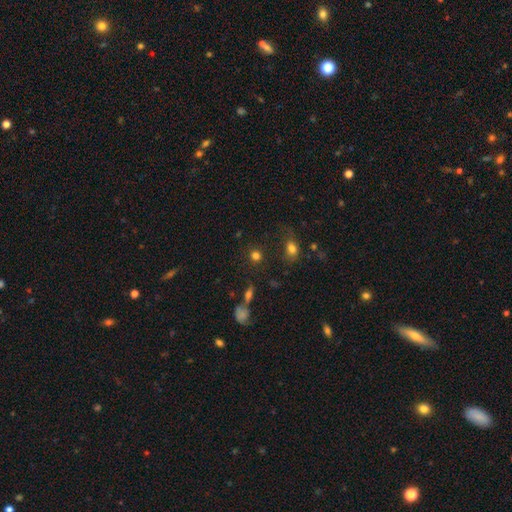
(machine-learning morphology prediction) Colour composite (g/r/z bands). It shows a smooth galaxy with no disk features (79%) that is round (87%). Merging: none (77%).